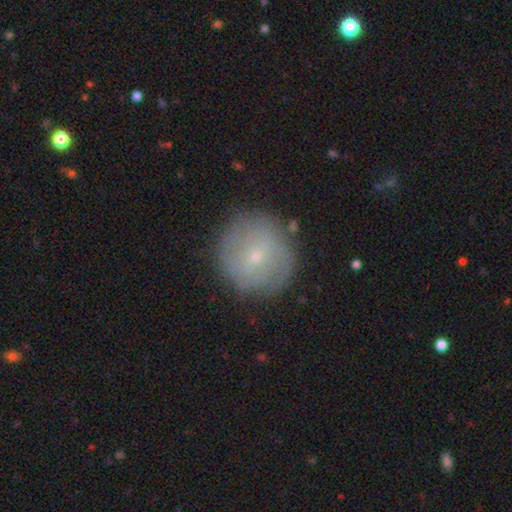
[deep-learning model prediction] A featured or disk galaxy (47%). Merging: none (83%).